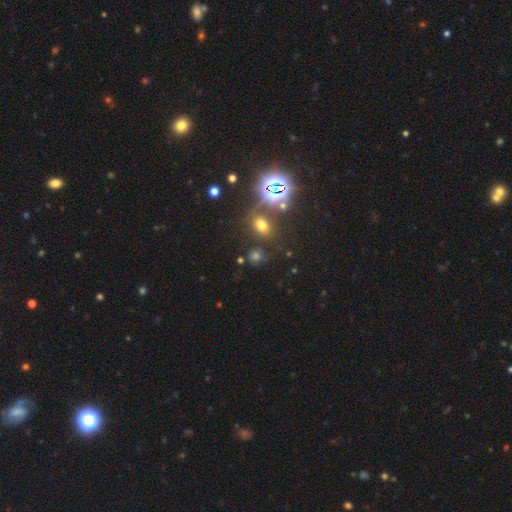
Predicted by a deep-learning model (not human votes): Smooth or featured? smooth (51%)
How rounded? round (57%)
Merging? none (76%)